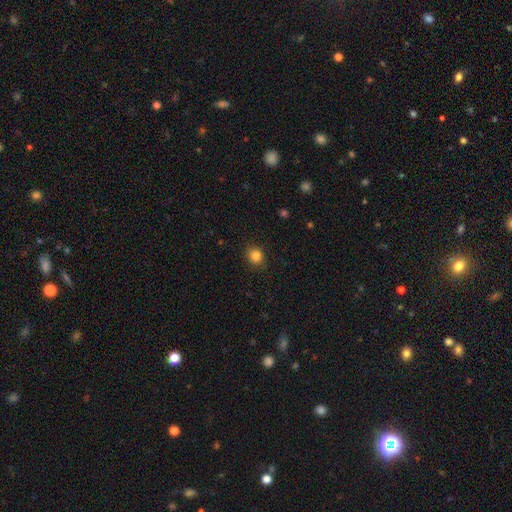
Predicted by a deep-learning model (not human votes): This appears to be a smooth galaxy with no disk features (84%) that is round (70%). Merging: none (88%).